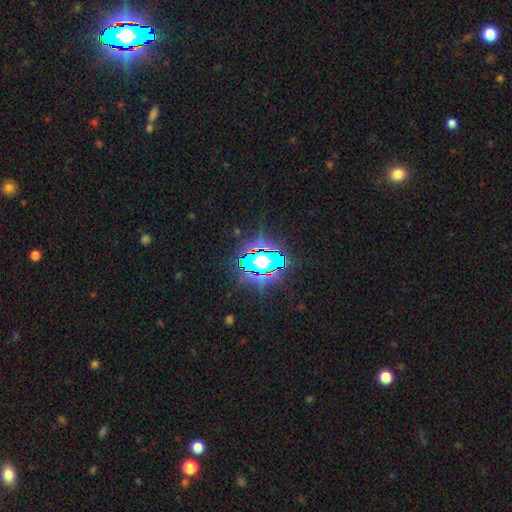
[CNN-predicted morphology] Smooth or featured? star or artifact (74%)